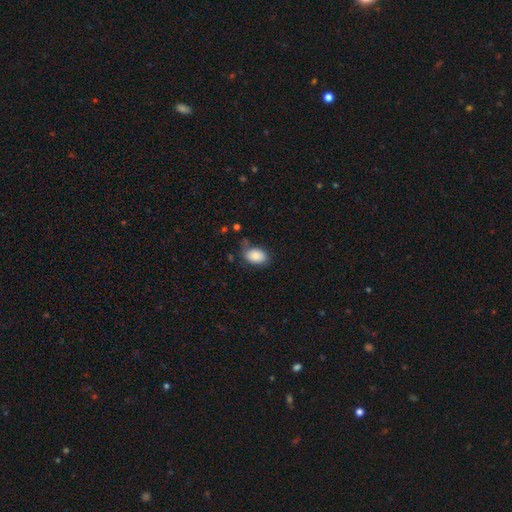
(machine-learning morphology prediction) Smooth or featured? smooth (87%)
How rounded? in between (87%)
Merging? none (67%)